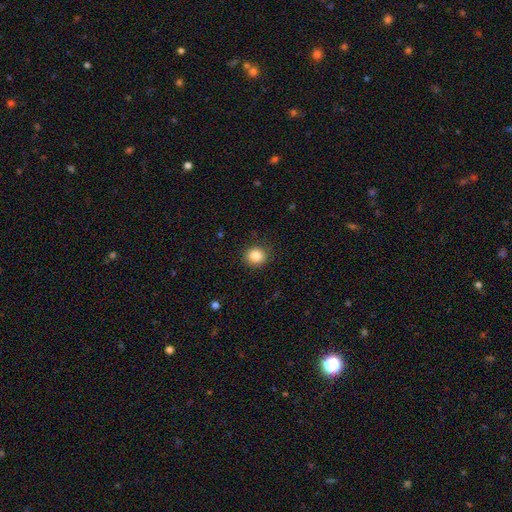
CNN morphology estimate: Smooth or featured: smooth — 85% (star or artifact — 10%)
How rounded: round — 85% (in between — 15%)
Merging: none — 89% (minor disturbance — 8%)